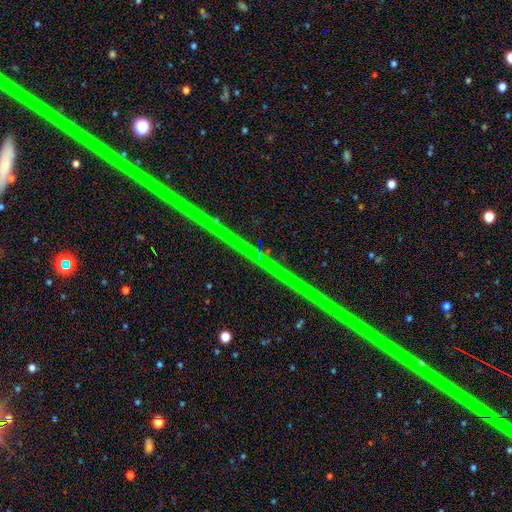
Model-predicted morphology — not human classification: type=star or artifact (90%).